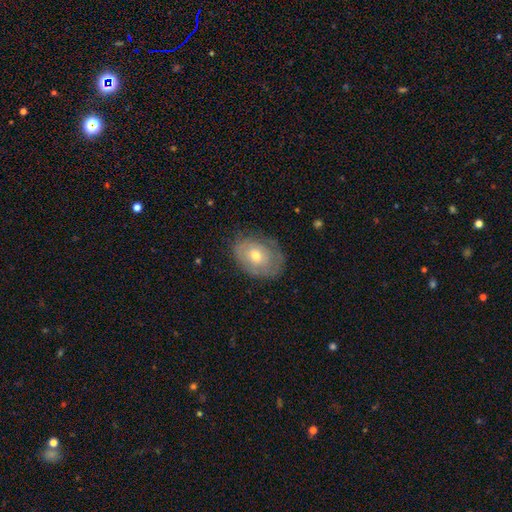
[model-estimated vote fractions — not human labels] Morphology: type=smooth (50%); roundness=in between (73%); merging=none (71%).